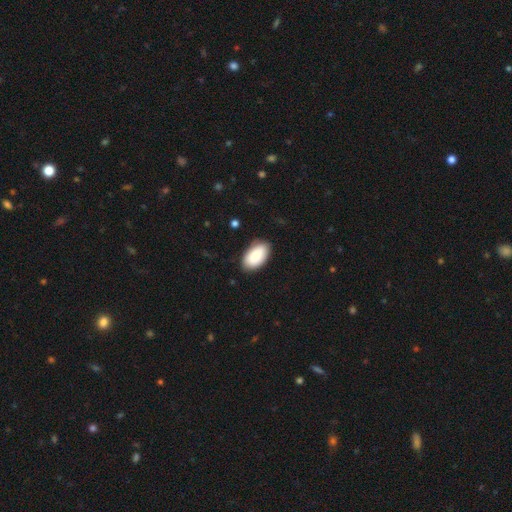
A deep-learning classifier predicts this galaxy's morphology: smooth 82%, featured or disk 12%, star or artifact 6%. Down the decision tree: how rounded — in between (95%); merging — none (83%).